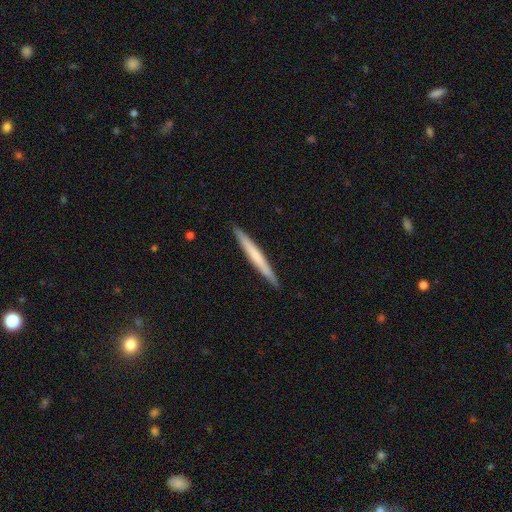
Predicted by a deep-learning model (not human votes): A smooth galaxy with no disk features (55%) that is cigar-shaped (97%). Merging: none (92%).